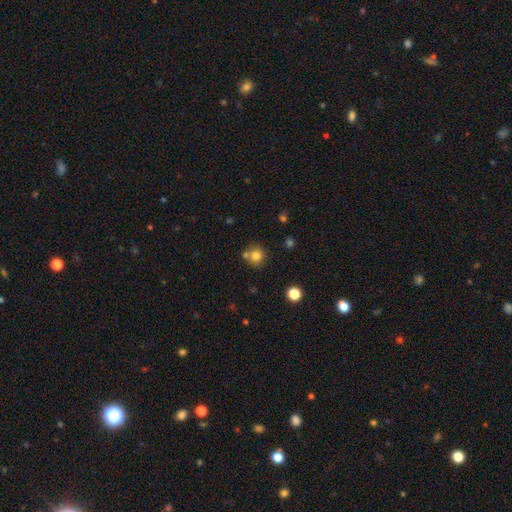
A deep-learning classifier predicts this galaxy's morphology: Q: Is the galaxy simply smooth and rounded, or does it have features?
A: smooth — 78%.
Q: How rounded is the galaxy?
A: round — 90%.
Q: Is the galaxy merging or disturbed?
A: none — 65%.